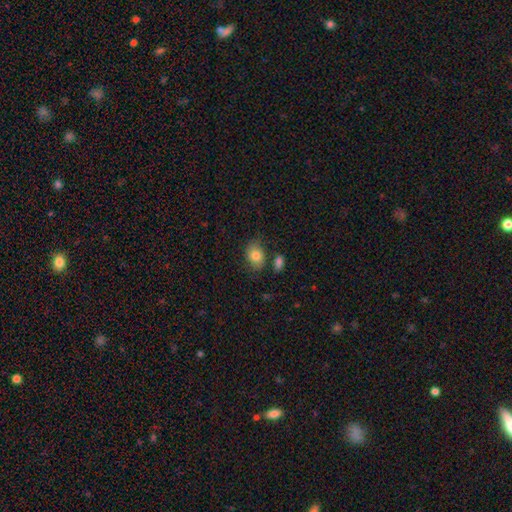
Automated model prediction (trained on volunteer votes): A smooth galaxy with no disk features (82%) that is in between round and cigar-shaped (78%). Merging: none (71%).